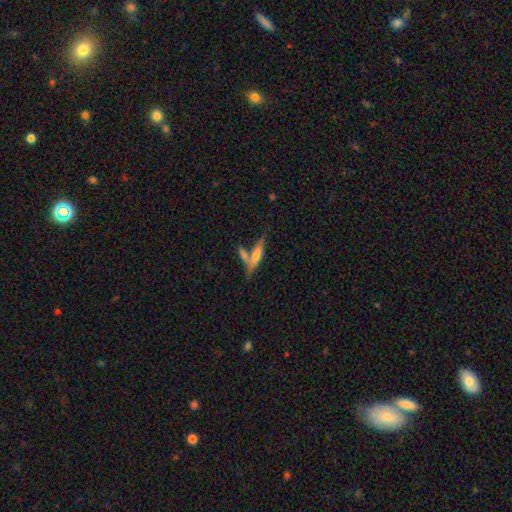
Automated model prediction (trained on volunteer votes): smooth-or-featured: smooth: 54% | featured or disk: 39% | star or artifact: 7%
  how-rounded: cigar-shaped: 78% | in between: 19% | round: 2%
  merging: none: 51% | merger: 32% | minor disturbance: 12% | major disturbance: 5%